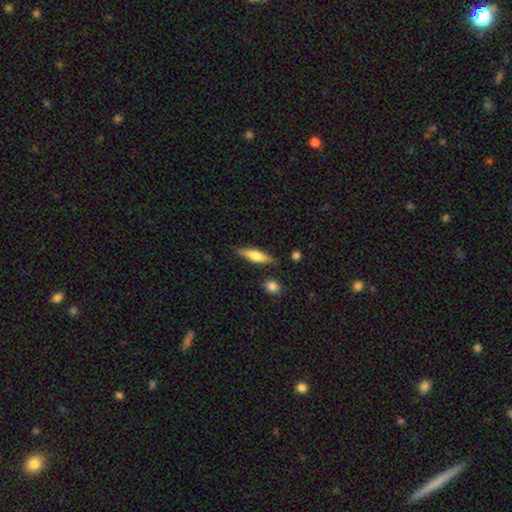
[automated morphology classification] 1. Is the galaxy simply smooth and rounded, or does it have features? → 65% smooth, 29% featured or disk, 6% star or artifact.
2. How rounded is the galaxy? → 63% cigar-shaped, 35% in between, 2% round.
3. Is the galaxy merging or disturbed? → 82% none, 12% minor disturbance, 4% merger, 3% major disturbance.